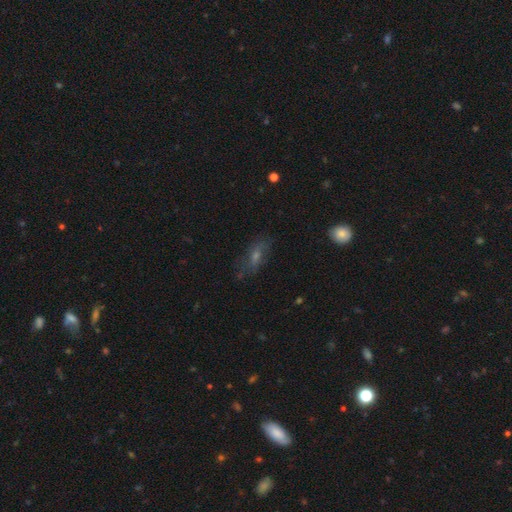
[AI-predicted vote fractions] Smooth or featured? featured or disk (44%)
Merging? none (71%)